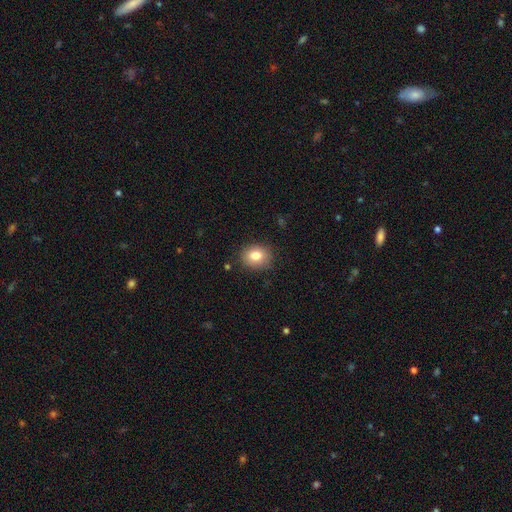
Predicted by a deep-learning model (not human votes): Overall: smooth (82%). How rounded: round (62%; in between 37%). Merging: none (86%).